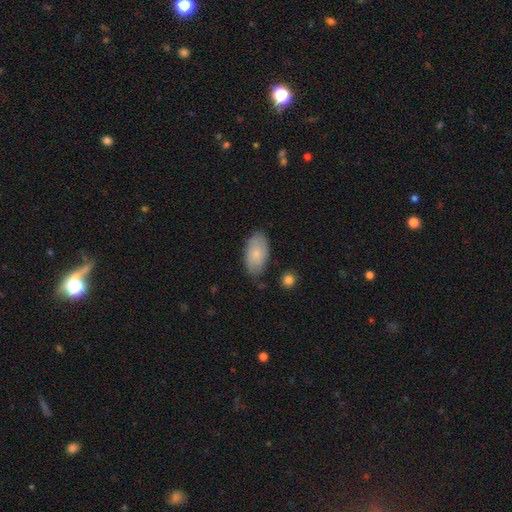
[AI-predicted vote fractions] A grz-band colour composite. It shows a smooth galaxy with no disk features (75%) that is in between round and cigar-shaped (94%). Merging: none (75%).